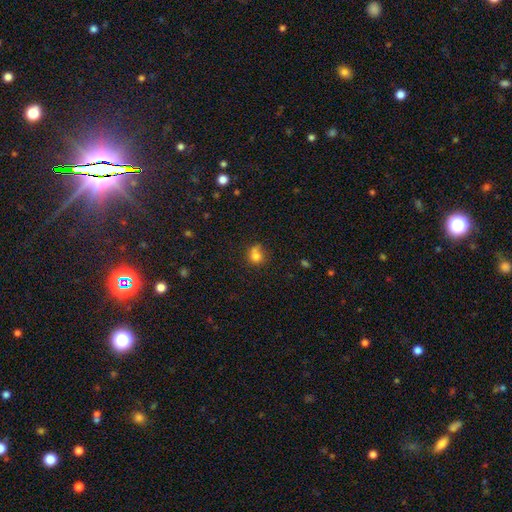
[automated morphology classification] Smooth or featured?
  - smooth: 76% *
  - star or artifact: 13%
  - featured or disk: 11%
How rounded?
  - round: 79% *
  - in between: 20%
  - cigar-shaped: 1%
Merging?
  - none: 46% *
  - merger: 30%
  - minor disturbance: 16%
  - major disturbance: 8%